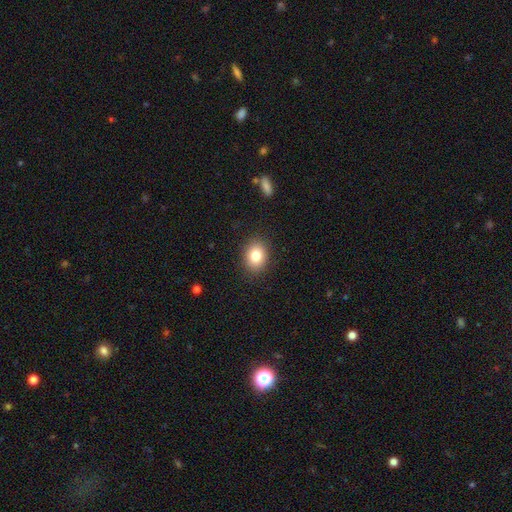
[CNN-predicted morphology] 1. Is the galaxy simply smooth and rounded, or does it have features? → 82% smooth, 9% star or artifact, 8% featured or disk.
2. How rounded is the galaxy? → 58% in between, 42% round, 1% cigar-shaped.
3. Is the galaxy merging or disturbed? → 88% none, 8% minor disturbance, 3% major disturbance, 1% merger.